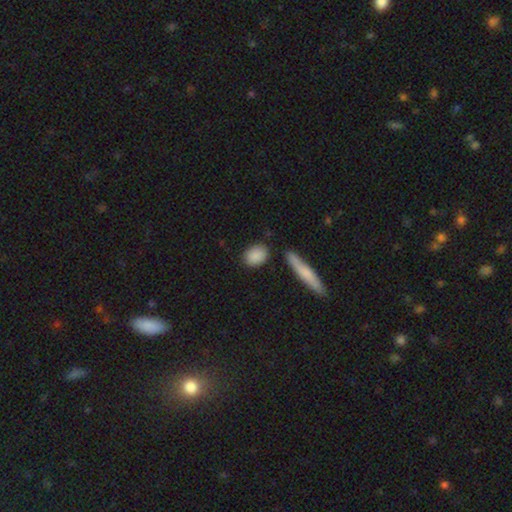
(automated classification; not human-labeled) This appears to be a smooth galaxy with no disk features (87%) that is in between round and cigar-shaped (68%). Merging: none (81%).